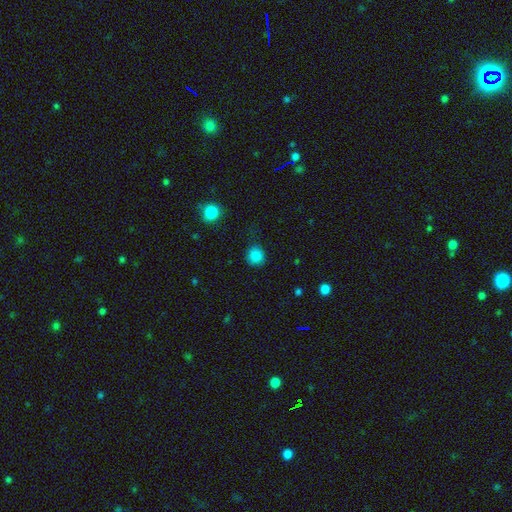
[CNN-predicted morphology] smooth_or_featured: smooth (p=0.85) [alt: star or artifact p=0.12]
how_rounded: round (p=0.89) [alt: in between p=0.10]
merging: none (p=0.83) [alt: minor disturbance p=0.12]